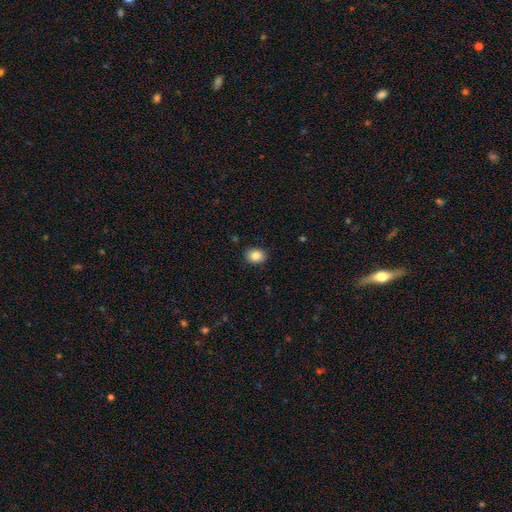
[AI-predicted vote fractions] smooth-or-featured: smooth: 85% | star or artifact: 9% | featured or disk: 6%
  how-rounded: in between: 60% | round: 39% | cigar-shaped: 1%
  merging: none: 89% | minor disturbance: 8% | major disturbance: 2% | merger: 1%